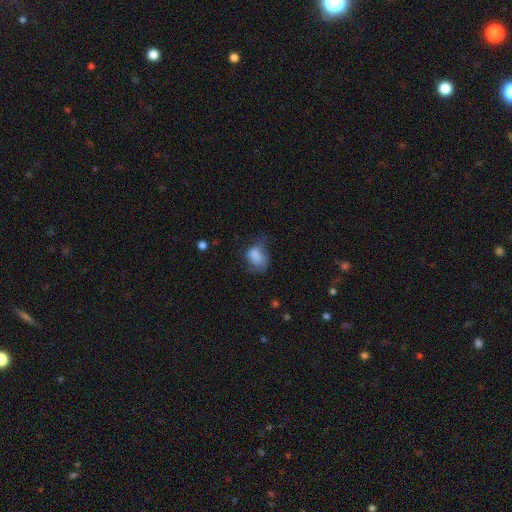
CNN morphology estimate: A smooth galaxy with no disk features (77%) that is in between round and cigar-shaped (69%). Merging: minor disturbance (35%).